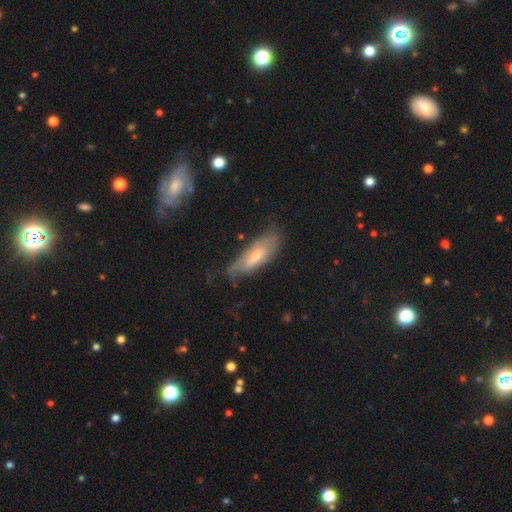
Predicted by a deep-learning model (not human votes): featured or disk 48%, smooth 45%, star or artifact 7%. Down the decision tree: merging — none (57%).